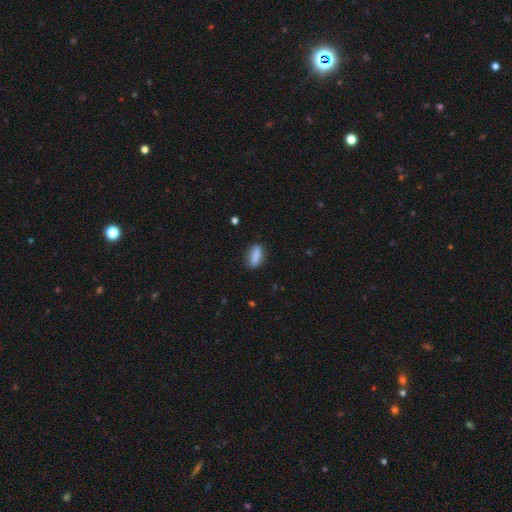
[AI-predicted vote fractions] Morphology: type=smooth (84%); roundness=in between (65%); merging=none (80%).